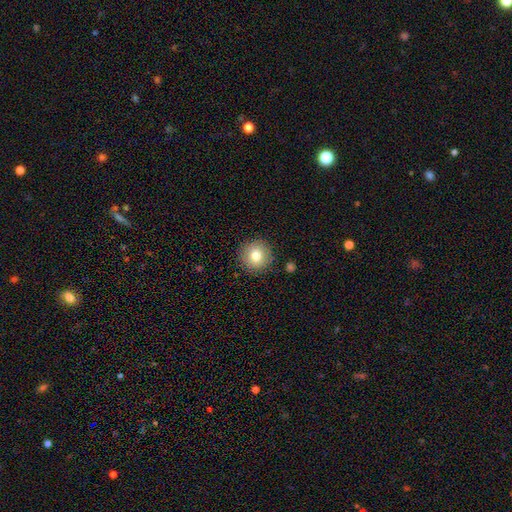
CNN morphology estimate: smooth_or_featured: smooth (p=0.79) [alt: featured or disk p=0.11]
how_rounded: round (p=0.95) [alt: in between p=0.04]
merging: none (p=0.89) [alt: minor disturbance p=0.07]